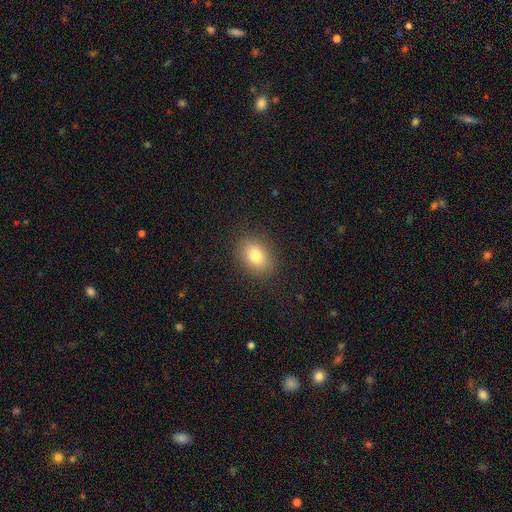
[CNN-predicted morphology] This appears to be a smooth galaxy with no disk features (79%) that is in between round and cigar-shaped (66%). Merging: none (88%).